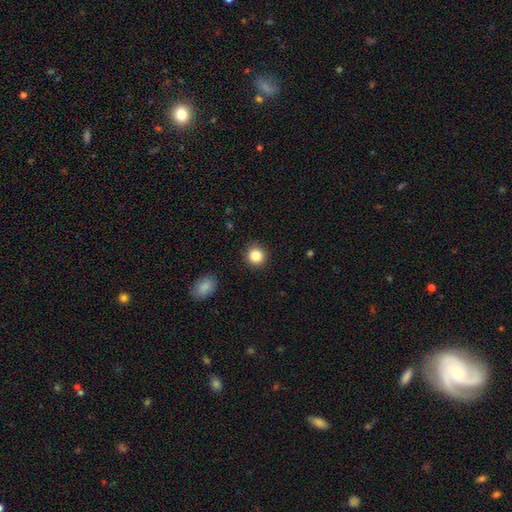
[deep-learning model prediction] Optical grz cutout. It shows a smooth galaxy with no disk features (85%) that is round (90%). Merging: none (90%).